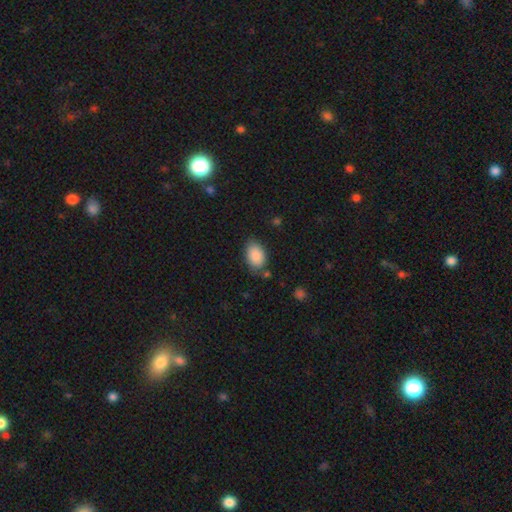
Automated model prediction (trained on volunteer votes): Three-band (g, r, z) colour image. It shows a smooth galaxy with no disk features (89%) that is in between round and cigar-shaped (87%). Merging: none (75%).